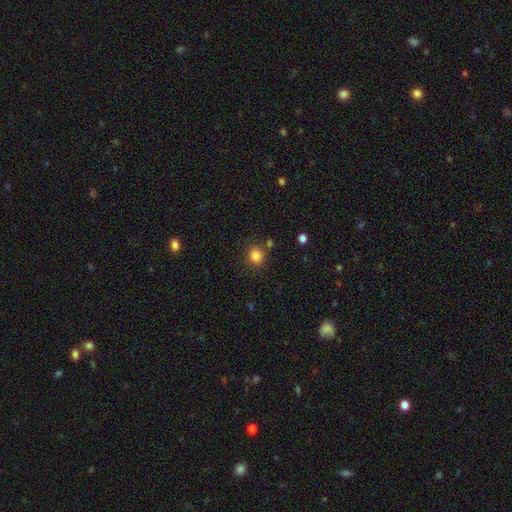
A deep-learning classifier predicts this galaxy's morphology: smooth-or-featured: smooth: 84% | star or artifact: 12% | featured or disk: 5%
  how-rounded: round: 80% | in between: 19% | cigar-shaped: 1%
  merging: none: 79% | minor disturbance: 11% | merger: 6% | major disturbance: 4%